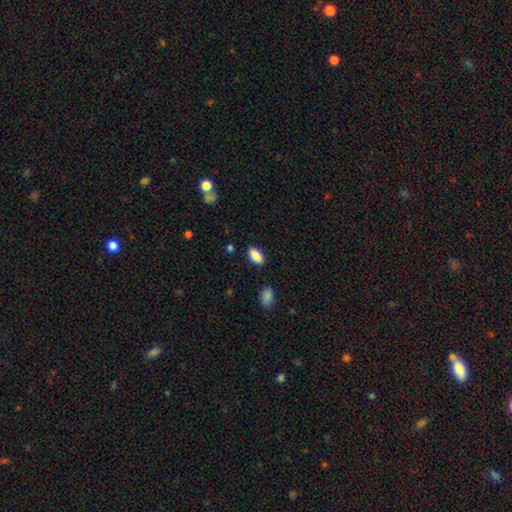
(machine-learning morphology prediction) Smooth or featured?
  - smooth: 88% *
  - star or artifact: 7%
  - featured or disk: 5%
How rounded?
  - in between: 92% *
  - cigar-shaped: 5%
  - round: 3%
Merging?
  - none: 87% *
  - minor disturbance: 9%
  - major disturbance: 2%
  - merger: 2%